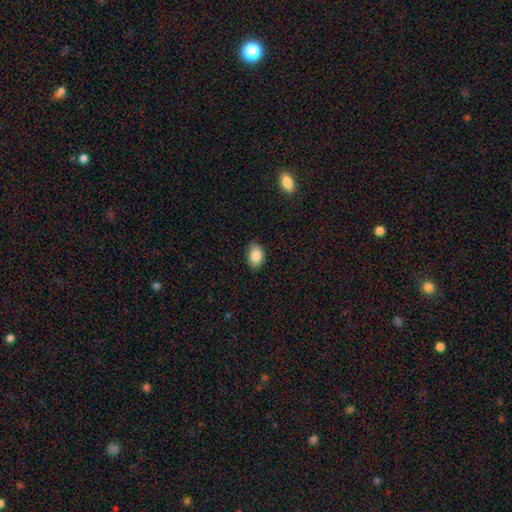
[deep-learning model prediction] smooth-or-featured: smooth: 85% | star or artifact: 8% | featured or disk: 7%
  how-rounded: in between: 83% | round: 16% | cigar-shaped: 1%
  merging: none: 79% | minor disturbance: 18% | major disturbance: 3% | merger: 1%